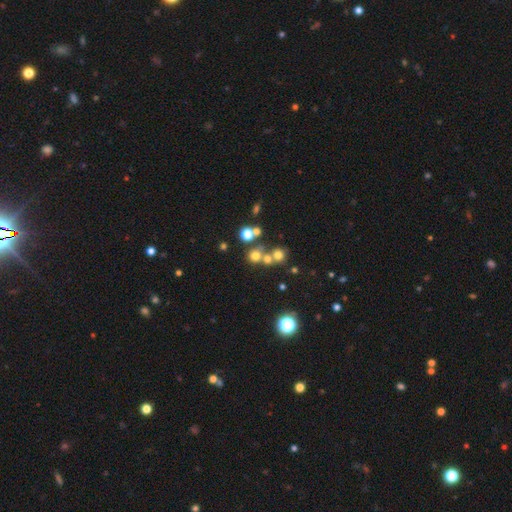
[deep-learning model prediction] smooth 65%, star or artifact 22%, featured or disk 13%. Down the decision tree: how rounded — round (87%); merging — none (54%).